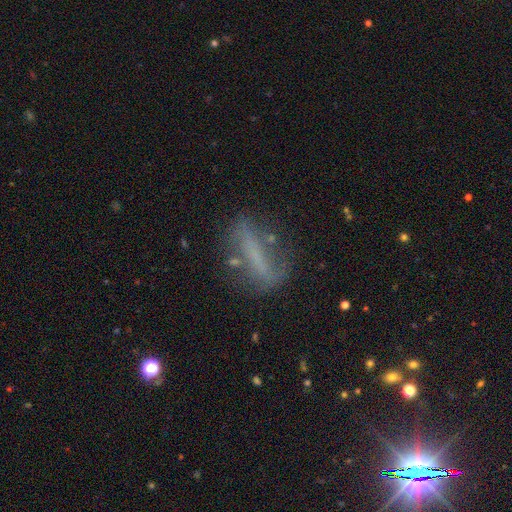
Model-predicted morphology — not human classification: smooth_or_featured: featured or disk (p=0.42) [alt: smooth p=0.41]
merging: none (p=0.59) [alt: minor disturbance p=0.23]